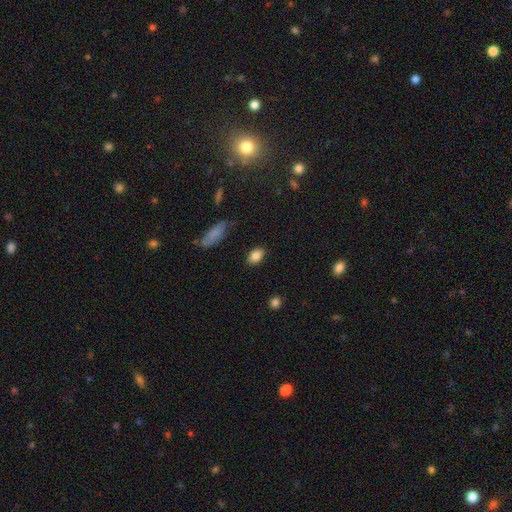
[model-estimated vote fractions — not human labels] This is clearly a smooth galaxy (86%). How rounded: clearly in between (83%). Merging: clearly none (84%).